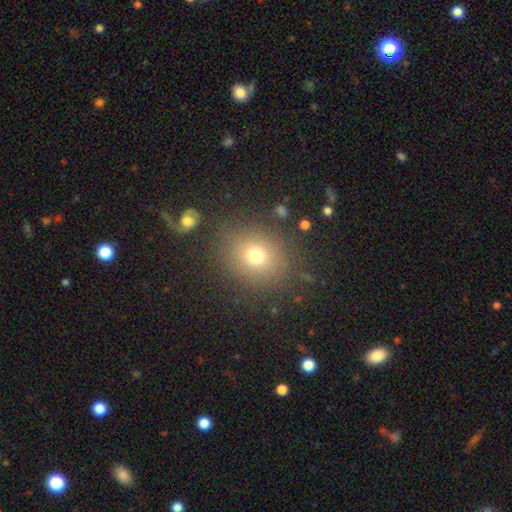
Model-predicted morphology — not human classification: Smooth or featured: smooth — 73% (star or artifact — 16%)
How rounded: round — 78% (in between — 21%)
Merging: none — 84% (minor disturbance — 9%)